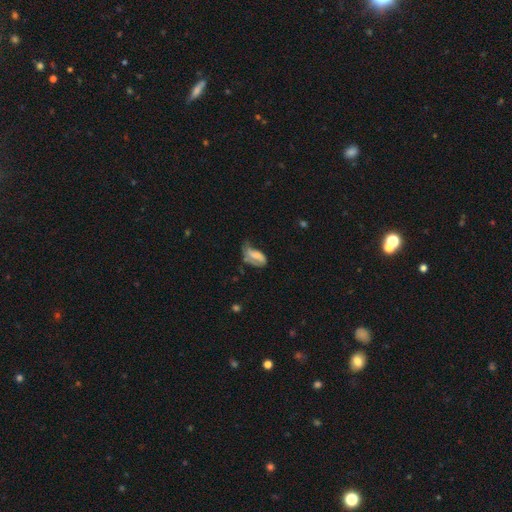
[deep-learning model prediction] A smooth galaxy with no disk features (55%) that is in between round and cigar-shaped (87%).

Vote fractions:
- Smooth or featured? smooth: 55% / featured or disk: 36% / star or artifact: 9%
- How rounded? in between: 87% / cigar-shaped: 8% / round: 5%
- Merging? major disturbance: 38% / minor disturbance: 32% / none: 24% / merger: 6%